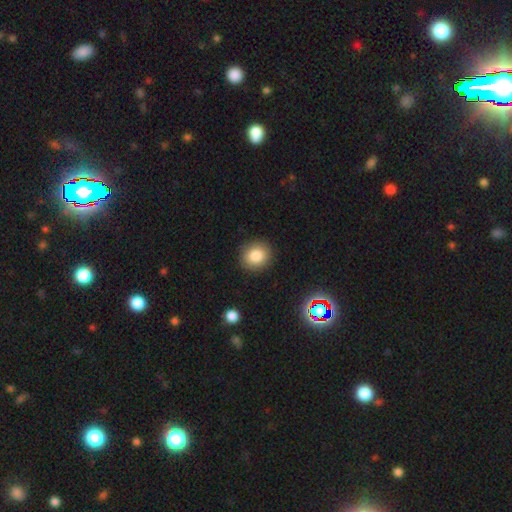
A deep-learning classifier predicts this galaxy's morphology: This is clearly a smooth galaxy (83%). How rounded: clearly round (84%). Merging: clearly none (90%).